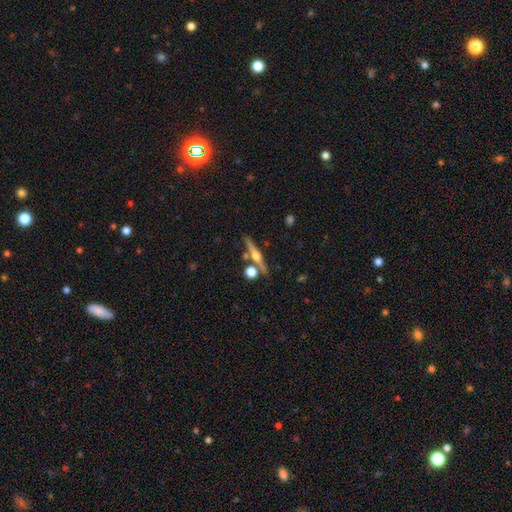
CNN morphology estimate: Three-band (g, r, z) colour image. It shows a featured or disk galaxy (72%) viewed edge-on (97%) with a rounded central bulge (93%). Merging: none (77%).